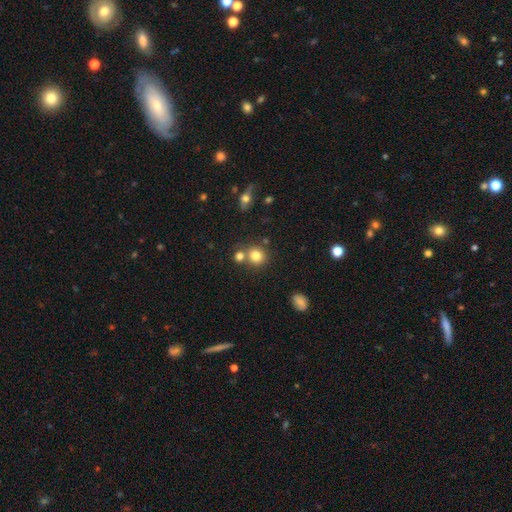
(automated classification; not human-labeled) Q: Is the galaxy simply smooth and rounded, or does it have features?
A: smooth — 80%.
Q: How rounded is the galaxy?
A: round — 86%.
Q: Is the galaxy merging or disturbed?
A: none — 64%.